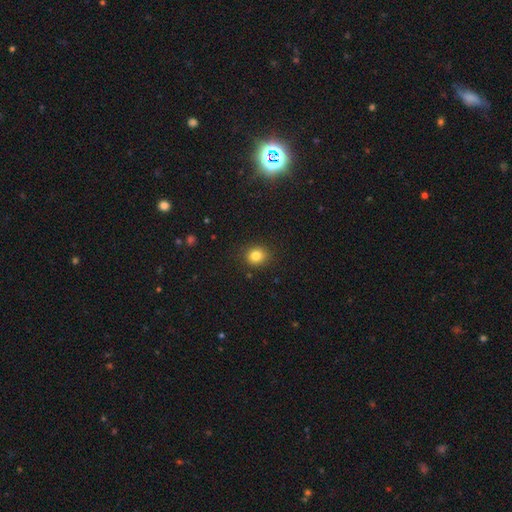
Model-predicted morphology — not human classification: Q: Smooth or featured?
A: smooth (82%); runner-up: star or artifact (12%)
Q: How rounded?
A: round (81%); runner-up: in between (18%)
Q: Merging?
A: none (88%); runner-up: minor disturbance (8%)